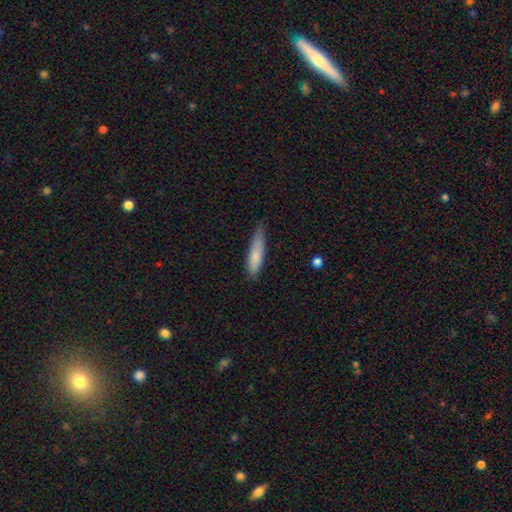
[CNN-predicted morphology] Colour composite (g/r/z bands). It shows a smooth galaxy with no disk features (82%) that is cigar-shaped (78%). Merging: none (69%).